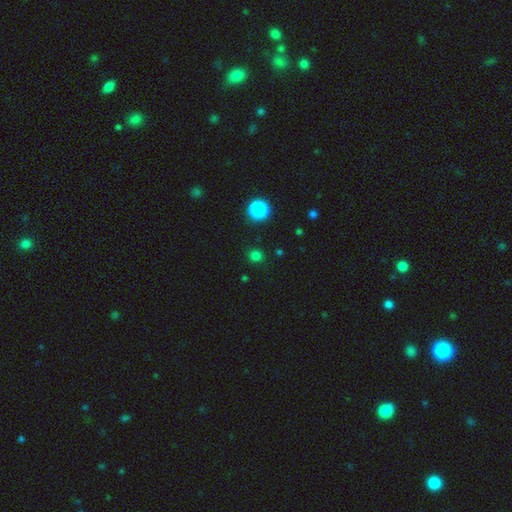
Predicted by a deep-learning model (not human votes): This is likely a smooth galaxy (74%). How rounded: clearly round (90%). Merging: clearly none (88%).